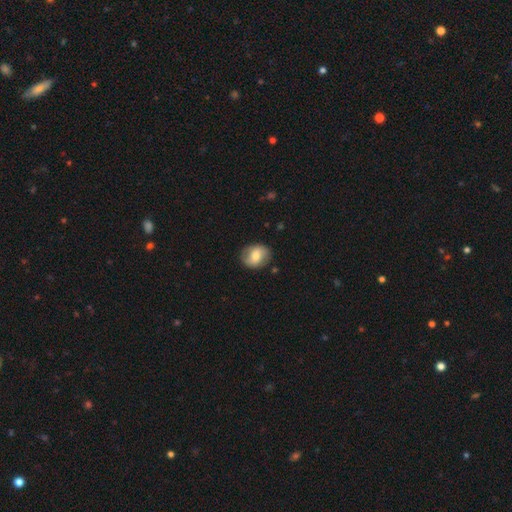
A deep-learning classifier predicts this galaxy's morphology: A smooth galaxy with no disk features (62%) that is round (52%). Merging: none (81%).